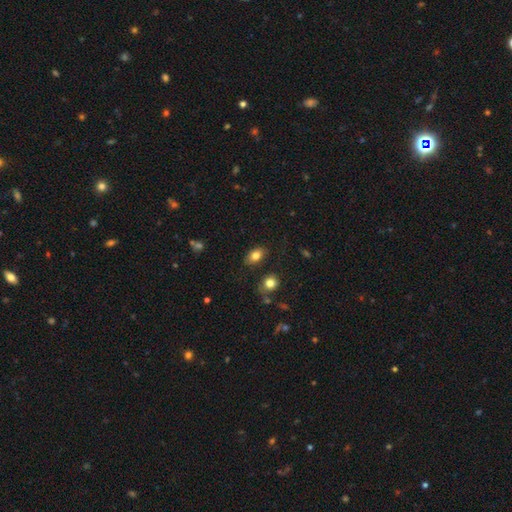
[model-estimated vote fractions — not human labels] Smooth or featured: smooth — 80% (featured or disk — 11%)
How rounded: in between — 85% (round — 13%)
Merging: none — 82% (minor disturbance — 12%)